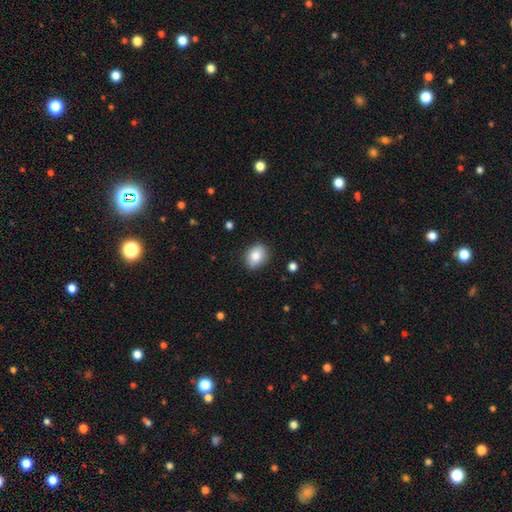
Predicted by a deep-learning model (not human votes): The model was most divided on "how rounded": in between: 64%, round: 35%, cigar-shaped: 1%. More confident: merging — none (84%); smooth or featured — smooth (84%).